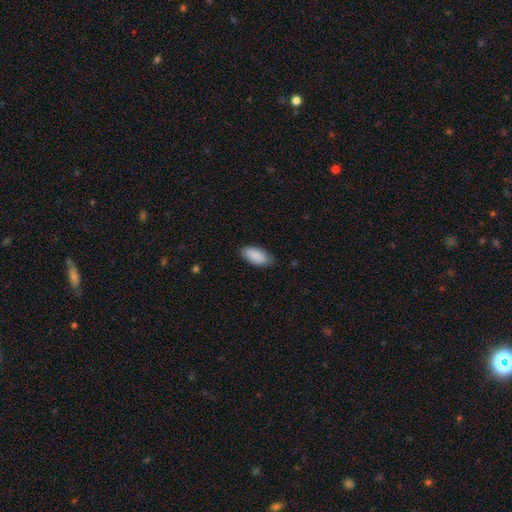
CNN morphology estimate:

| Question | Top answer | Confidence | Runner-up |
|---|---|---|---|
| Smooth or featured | smooth | 90% | star or artifact (6%) |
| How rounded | in between | 92% | cigar-shaped (7%) |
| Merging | none | 83% | minor disturbance (14%) |